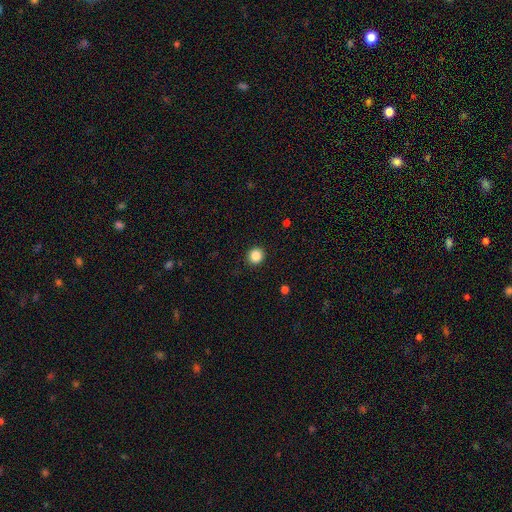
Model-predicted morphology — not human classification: This is clearly a smooth galaxy (87%). How rounded: clearly round (91%). Merging: clearly none (92%).